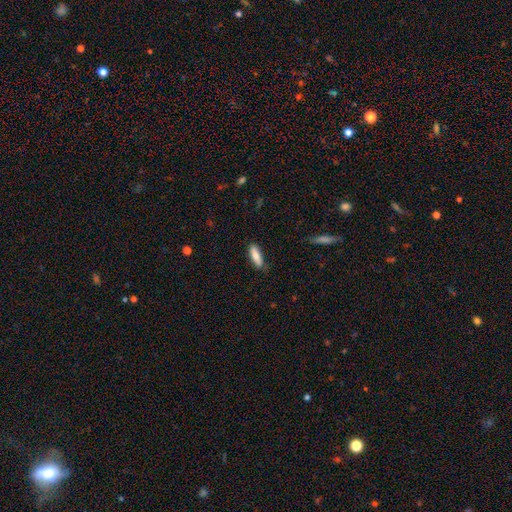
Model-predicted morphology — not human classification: Smooth or featured? smooth (79%)
How rounded? in between (54%)
Merging? none (78%)